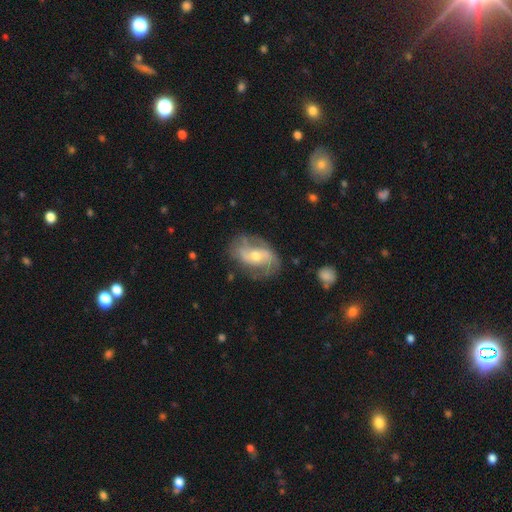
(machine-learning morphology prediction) Smooth or featured? Predicted: featured or disk (p=0.77). Edge-on disk? Predicted: no (p=0.96). Bar? Predicted: no (p=0.43). Spiral arms? Predicted: yes (p=0.87). Spiral winding? Predicted: medium (p=0.41). Spiral arm count? Predicted: 2 (p=0.74). Bulge size? Predicted: moderate (p=0.59). Merging? Predicted: none (p=0.68).